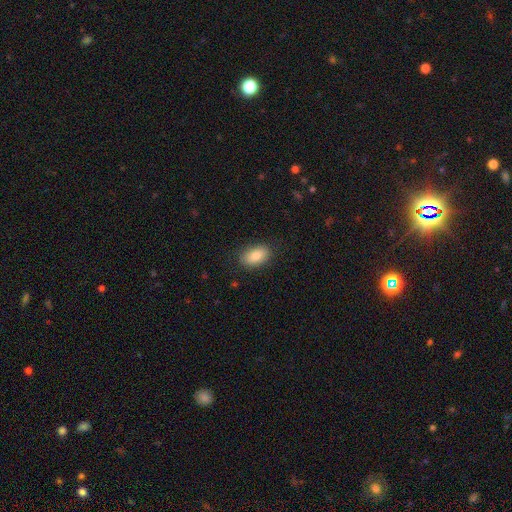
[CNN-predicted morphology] Smooth or featured: smooth — 84% (featured or disk — 9%)
How rounded: in between — 90% (round — 9%)
Merging: none — 85% (minor disturbance — 11%)